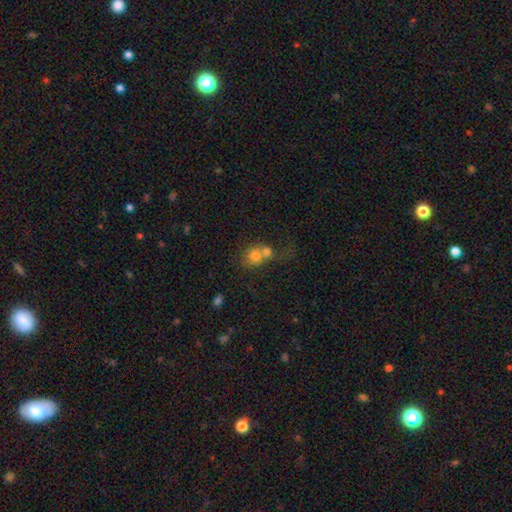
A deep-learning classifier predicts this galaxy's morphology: A smooth galaxy with no disk features (72%) that is round (70%). Merging: merger (68%).